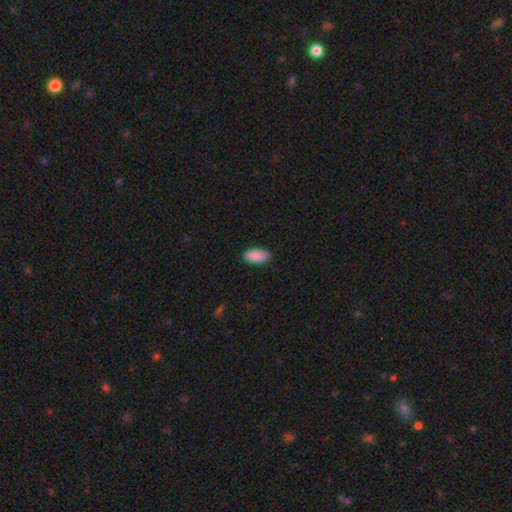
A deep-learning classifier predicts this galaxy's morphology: smooth 90%, star or artifact 7%, featured or disk 3%. Down the decision tree: how rounded — in between (94%); merging — none (84%).